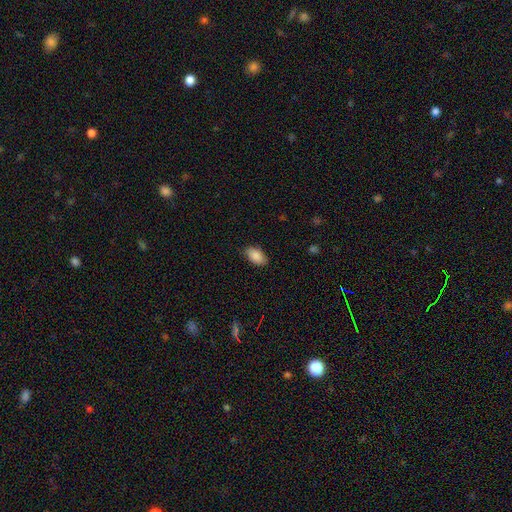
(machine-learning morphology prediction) smooth 88%, star or artifact 7%, featured or disk 5%. Down the decision tree: how rounded — in between (93%); merging — none (84%).